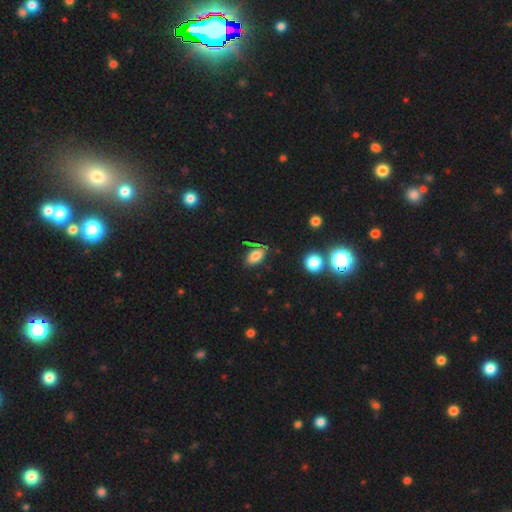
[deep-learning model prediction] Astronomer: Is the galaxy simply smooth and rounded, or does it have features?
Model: smooth — 75%.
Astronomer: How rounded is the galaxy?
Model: in between — 89%.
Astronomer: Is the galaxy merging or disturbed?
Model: none — 68%.